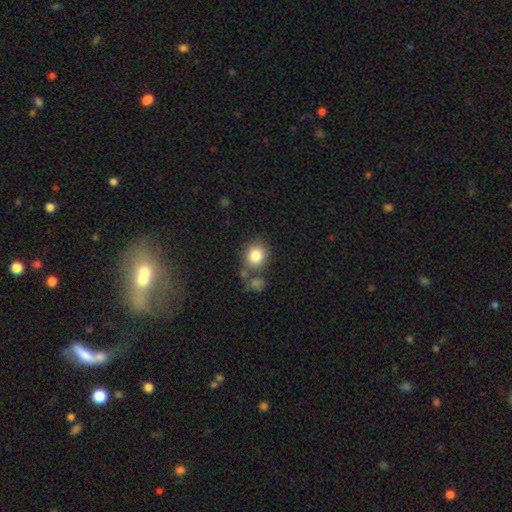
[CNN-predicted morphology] Smooth or featured?
  - smooth: 83% *
  - star or artifact: 10%
  - featured or disk: 8%
How rounded?
  - round: 81% *
  - in between: 18%
  - cigar-shaped: 1%
Merging?
  - none: 66% *
  - merger: 16%
  - minor disturbance: 13%
  - major disturbance: 5%